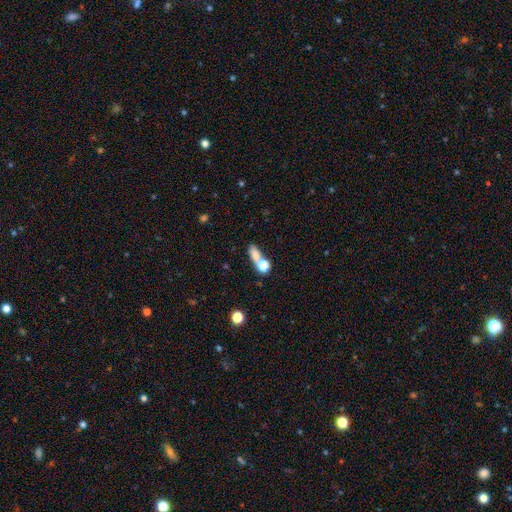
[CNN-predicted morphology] Smooth or featured?
  - smooth: 72% *
  - featured or disk: 15%
  - star or artifact: 13%
How rounded?
  - in between: 54% *
  - round: 30%
  - cigar-shaped: 15%
Merging?
  - merger: 50% *
  - none: 34%
  - minor disturbance: 9%
  - major disturbance: 7%